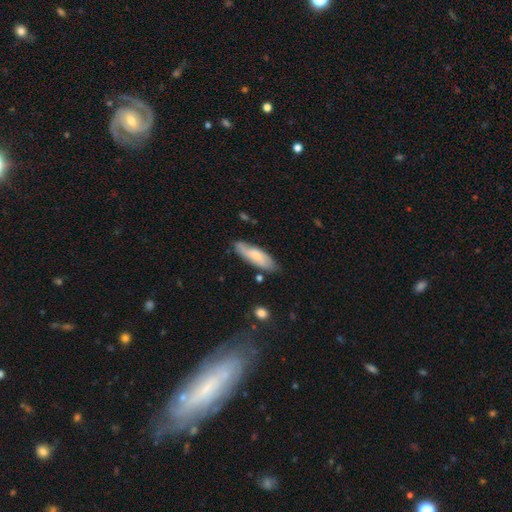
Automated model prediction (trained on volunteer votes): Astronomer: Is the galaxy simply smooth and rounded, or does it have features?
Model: smooth — 67%.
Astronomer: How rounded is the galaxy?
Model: in between — 52% (runner-up: cigar-shaped, 46%).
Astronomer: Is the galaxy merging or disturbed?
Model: none — 74%.